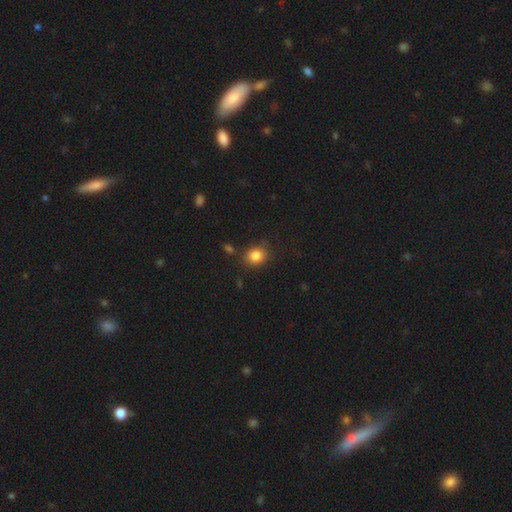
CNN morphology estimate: A smooth galaxy with no disk features (84%) that is round (68%).

Vote fractions:
- Smooth or featured? smooth: 84% / star or artifact: 10% / featured or disk: 6%
- How rounded? round: 68% / in between: 31% / cigar-shaped: 1%
- Merging? none: 80% / minor disturbance: 12% / merger: 4% / major disturbance: 3%